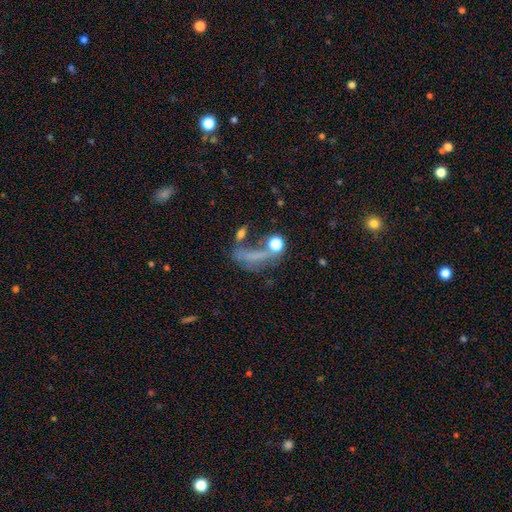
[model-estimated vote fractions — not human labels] Morphology: type=smooth (47%); merging=major disturbance (32%).